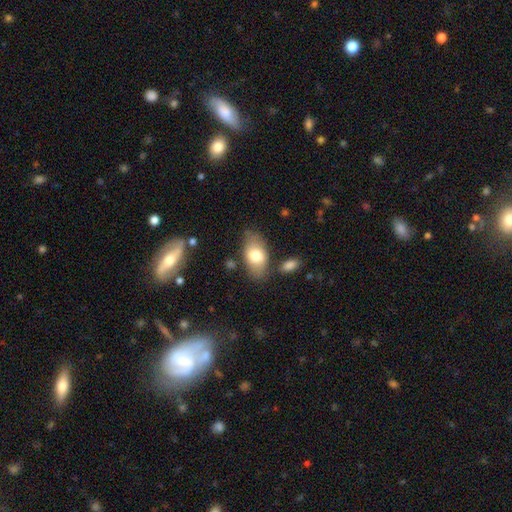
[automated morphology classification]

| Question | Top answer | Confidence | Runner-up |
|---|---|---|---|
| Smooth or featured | smooth | 74% | featured or disk (20%) |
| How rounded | in between | 92% | round (6%) |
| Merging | none | 73% | minor disturbance (17%) |